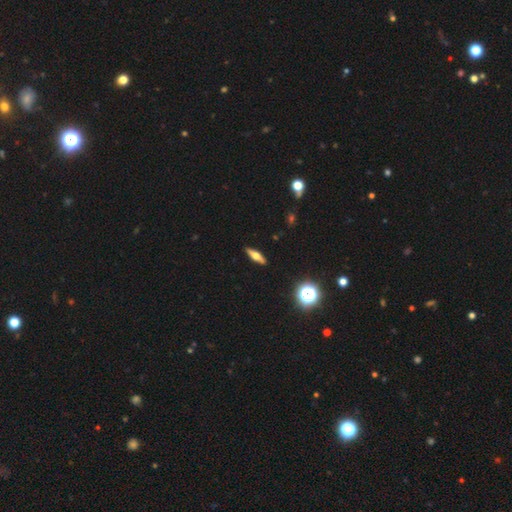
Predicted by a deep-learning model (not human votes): smooth-or-featured: featured or disk: 55% | smooth: 36% | star or artifact: 9%
  disk-edge-on: yes: 92% | no: 8%
    edge-on-bulge: rounded: 93% | boxy: 4% | none: 2%
  merging: none: 90% | minor disturbance: 7% | major disturbance: 2% | merger: 1%